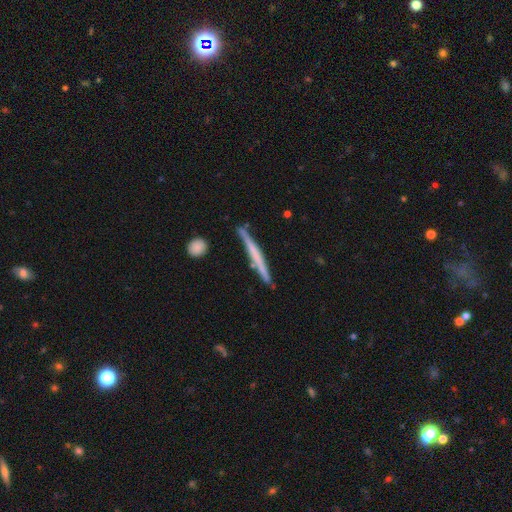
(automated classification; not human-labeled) Smooth or featured? featured or disk (52%)
Edge-on disk? yes (96%)
Edge-on bulge? none (77%)
Merging? none (83%)